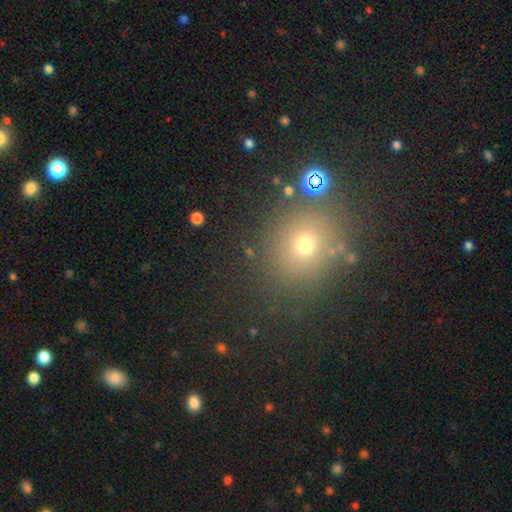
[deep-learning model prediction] This is likely a smooth galaxy (62%). How rounded: likely round (79%). Merging: clearly none (81%).